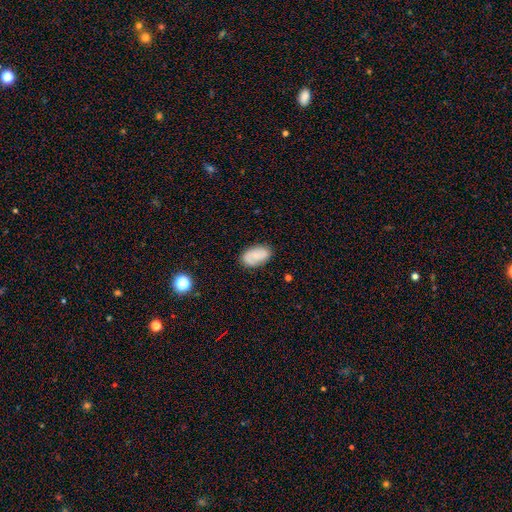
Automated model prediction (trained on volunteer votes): smooth-or-featured: smooth: 70% | featured or disk: 22% | star or artifact: 8%
  how-rounded: in between: 93% | round: 6% | cigar-shaped: 2%
  merging: none: 79% | minor disturbance: 15% | major disturbance: 4% | merger: 2%